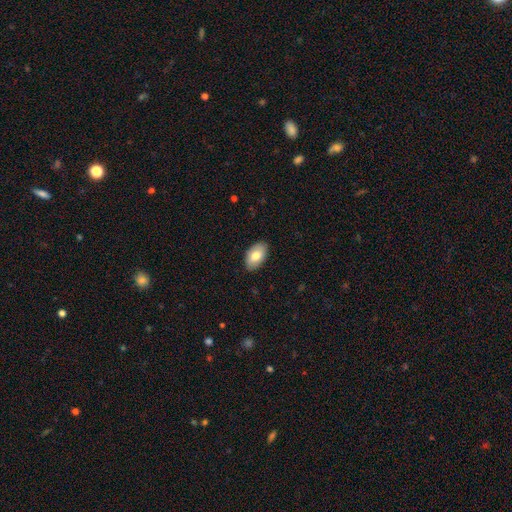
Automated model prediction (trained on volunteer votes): Smooth or featured: smooth — 77% (featured or disk — 17%)
How rounded: in between — 94% (round — 4%)
Merging: none — 87% (minor disturbance — 10%)